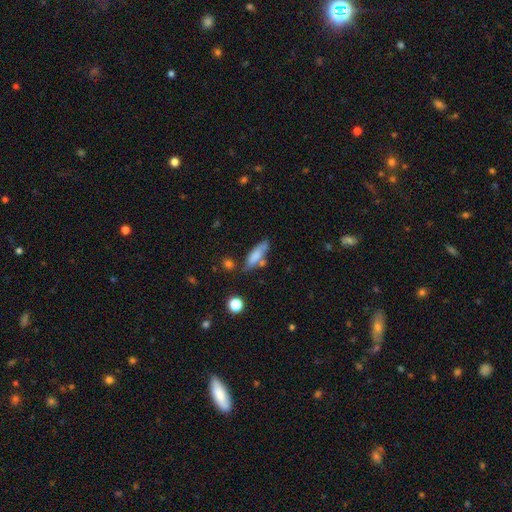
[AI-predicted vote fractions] Smooth or featured: smooth — 73% (featured or disk — 19%)
How rounded: in between — 51% (cigar-shaped — 47%)
Merging: none — 59% (minor disturbance — 22%)